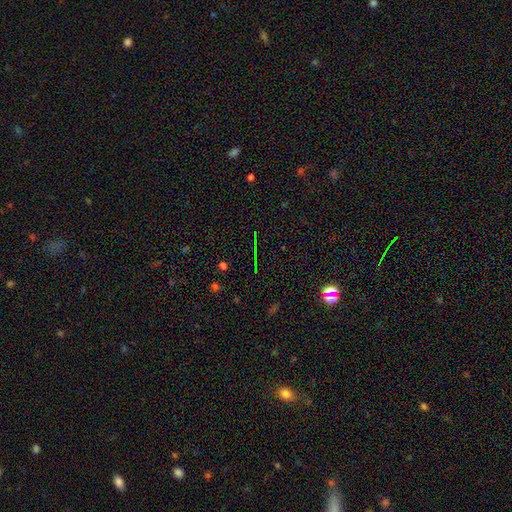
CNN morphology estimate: Q: Smooth or featured?
A: star or artifact (73%); runner-up: smooth (14%)